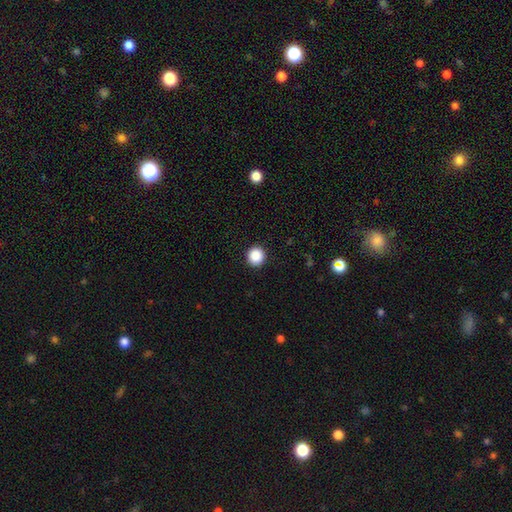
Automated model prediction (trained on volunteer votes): A smooth galaxy with no disk features (88%) that is round (94%).

Vote fractions:
- Smooth or featured? smooth: 88% / star or artifact: 9% / featured or disk: 2%
- How rounded? round: 94% / in between: 5% / cigar-shaped: 1%
- Merging? none: 92% / minor disturbance: 5% / major disturbance: 2% / merger: 1%